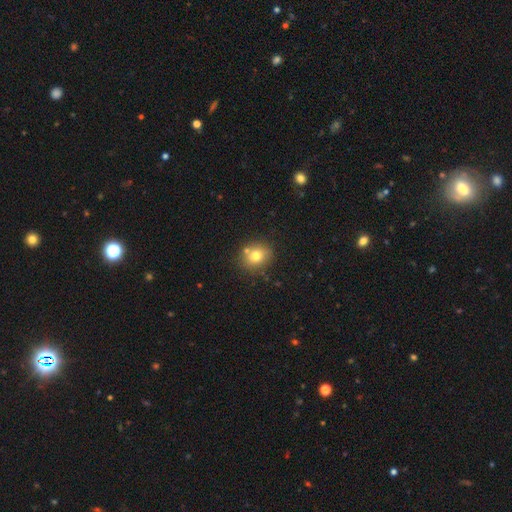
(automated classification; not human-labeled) Smooth or featured?
  - smooth: 74% *
  - star or artifact: 13%
  - featured or disk: 13%
How rounded?
  - round: 76% *
  - in between: 23%
  - cigar-shaped: 1%
Merging?
  - none: 75% *
  - merger: 11%
  - minor disturbance: 11%
  - major disturbance: 3%